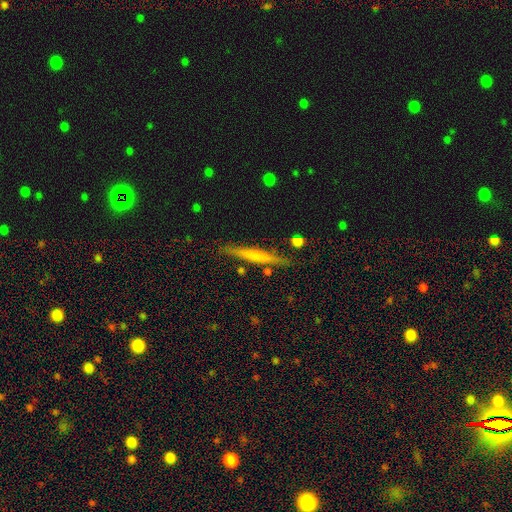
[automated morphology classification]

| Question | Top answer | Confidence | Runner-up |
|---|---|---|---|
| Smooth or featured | smooth | 50% | featured or disk (44%) |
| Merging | none | 85% | minor disturbance (10%) |